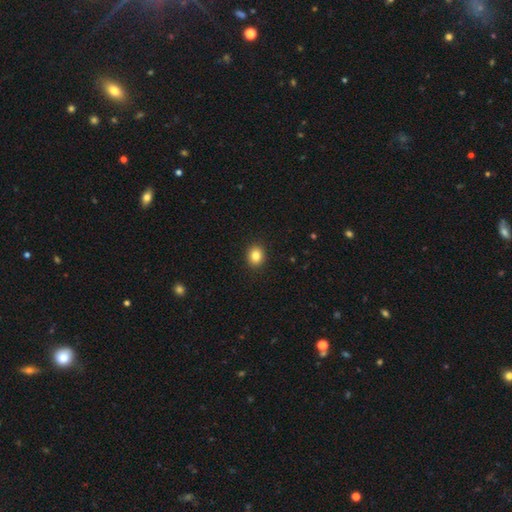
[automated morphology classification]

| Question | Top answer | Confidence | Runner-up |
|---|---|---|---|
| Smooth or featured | smooth | 84% | star or artifact (10%) |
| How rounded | round | 69% | in between (30%) |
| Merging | none | 92% | minor disturbance (6%) |